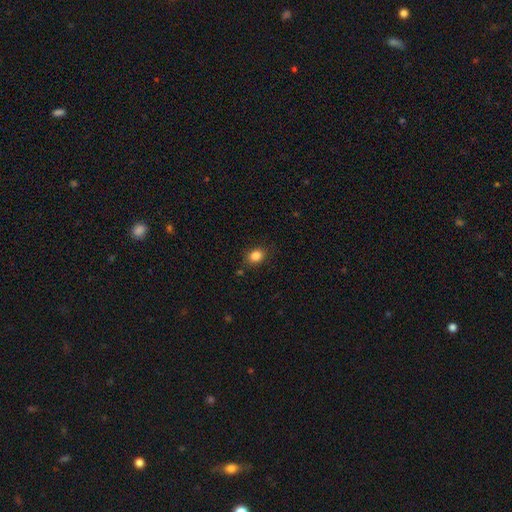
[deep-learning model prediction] Smooth or featured? smooth (84%)
How rounded? in between (54%)
Merging? none (83%)